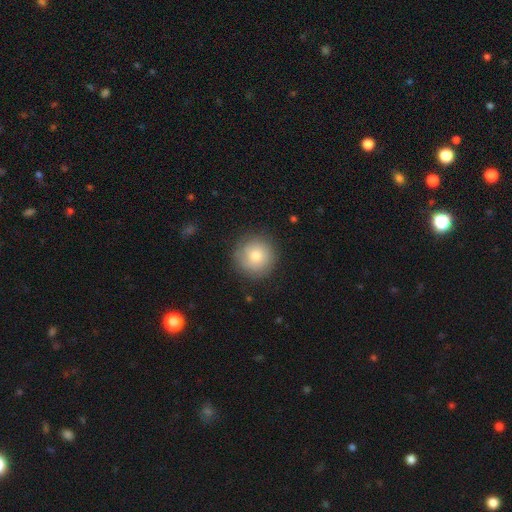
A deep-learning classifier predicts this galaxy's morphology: smooth_or_featured: smooth (p=0.72) [alt: featured or disk p=0.20]
how_rounded: round (p=0.95) [alt: in between p=0.04]
merging: none (p=0.85) [alt: minor disturbance p=0.11]